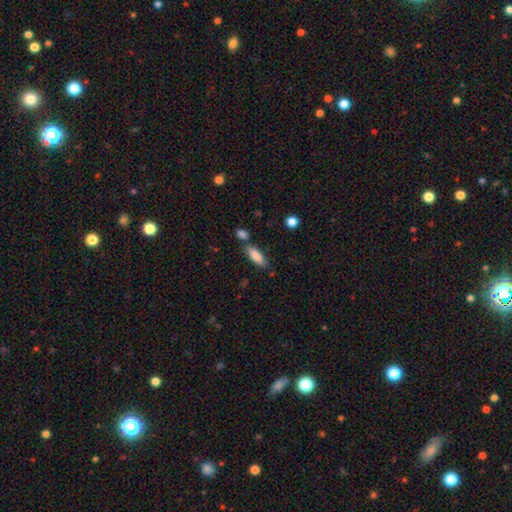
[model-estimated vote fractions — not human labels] A smooth galaxy with no disk features (85%) that is in between round and cigar-shaped (67%).

Vote fractions:
- Smooth or featured? smooth: 85% / featured or disk: 9% / star or artifact: 7%
- How rounded? in between: 67% / cigar-shaped: 31% / round: 2%
- Merging? none: 68% / minor disturbance: 15% / merger: 14% / major disturbance: 4%